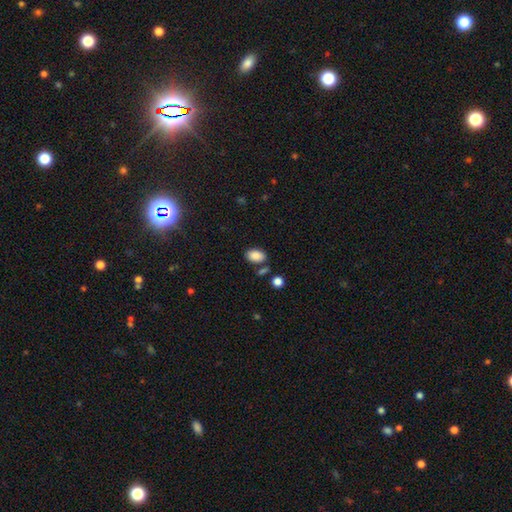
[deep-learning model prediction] A smooth galaxy with no disk features (87%) that is in between round and cigar-shaped (90%).

Vote fractions:
- Smooth or featured? smooth: 87% / star or artifact: 8% / featured or disk: 4%
- How rounded? in between: 90% / round: 9% / cigar-shaped: 1%
- Merging? none: 75% / minor disturbance: 13% / merger: 9% / major disturbance: 4%